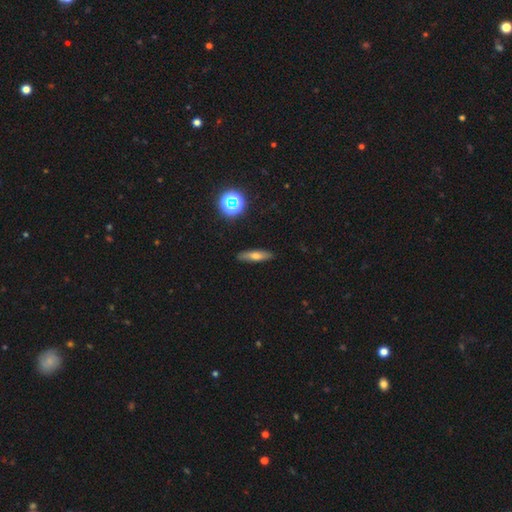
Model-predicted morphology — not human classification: Smooth or featured?
  - smooth: 58% *
  - featured or disk: 31%
  - star or artifact: 11%
How rounded?
  - cigar-shaped: 66% *
  - in between: 29%
  - round: 5%
Merging?
  - none: 89% *
  - minor disturbance: 8%
  - major disturbance: 2%
  - merger: 1%